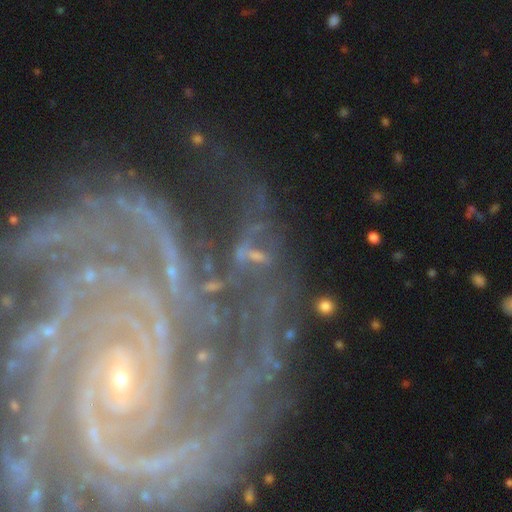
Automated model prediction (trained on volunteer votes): smooth-or-featured: featured or disk: 78% | star or artifact: 14% | smooth: 8%
  disk-edge-on: no: 96% | yes: 4%
    bar: no: 38% | weak: 32% | strong: 30%
    has-spiral-arms: yes: 95% | no: 5%
      spiral-winding: tight: 68% | medium: 24% | loose: 8%
      spiral-arm-count: can't tell: 23% | 2: 19% | 3: 18% | 4: 14% | more than 4: 14% | 1: 12%
    bulge-size: small: 73% | moderate: 18% | none: 4% | large: 3% | dominant: 2%
  merging: none: 60% | minor disturbance: 16% | major disturbance: 16% | merger: 8%